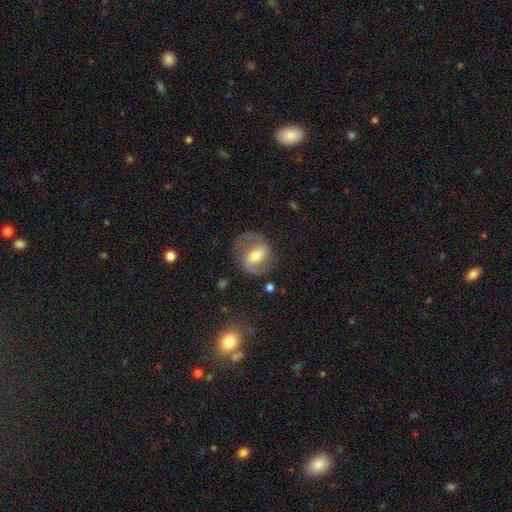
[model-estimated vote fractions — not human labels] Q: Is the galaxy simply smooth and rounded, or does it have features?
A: featured or disk — 71%.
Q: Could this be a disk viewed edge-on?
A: no — 96%.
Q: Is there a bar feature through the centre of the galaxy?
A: weak — 43%.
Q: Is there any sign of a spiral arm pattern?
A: yes — 86%.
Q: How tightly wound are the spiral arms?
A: medium — 50%.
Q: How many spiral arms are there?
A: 2 — 85%.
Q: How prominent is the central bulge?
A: moderate — 62%.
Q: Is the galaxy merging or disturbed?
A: none — 67%.